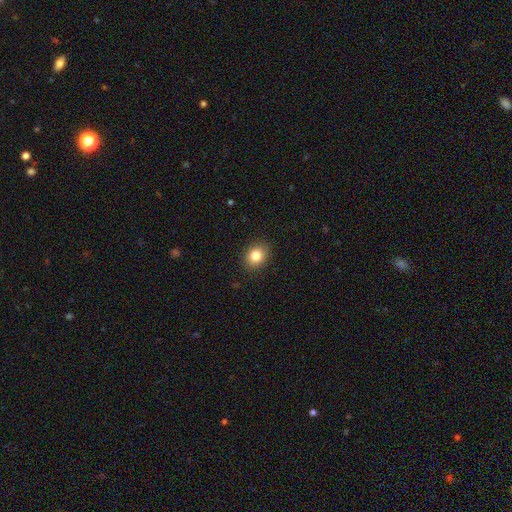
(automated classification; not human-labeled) Smooth or featured?
  - smooth: 83% *
  - star or artifact: 10%
  - featured or disk: 7%
How rounded?
  - round: 61% *
  - in between: 38%
  - cigar-shaped: 1%
Merging?
  - none: 90% *
  - minor disturbance: 7%
  - major disturbance: 2%
  - merger: 1%